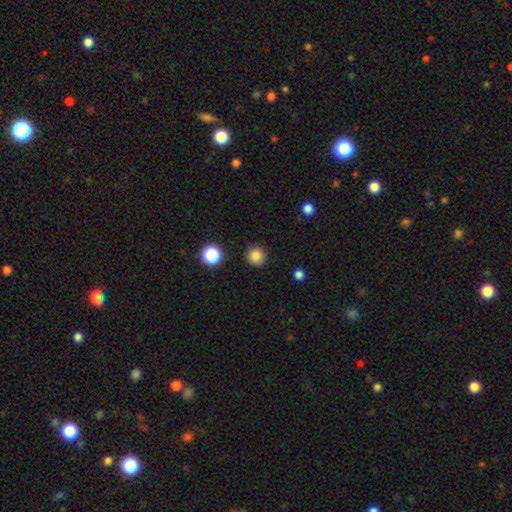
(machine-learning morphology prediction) Smooth or featured: smooth — 85% (star or artifact — 11%)
How rounded: round — 94% (in between — 5%)
Merging: none — 90% (minor disturbance — 6%)